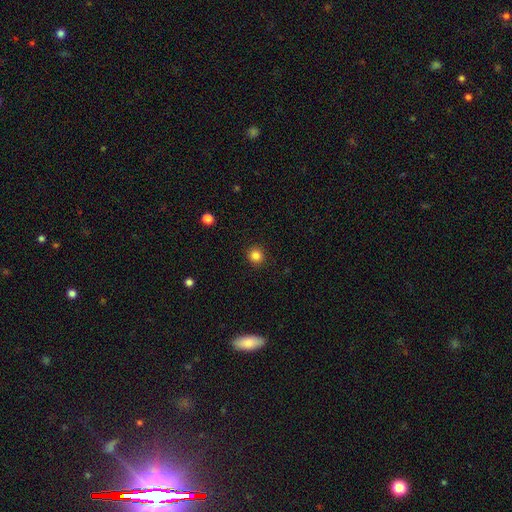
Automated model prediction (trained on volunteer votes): This appears to be a smooth galaxy with no disk features (84%) that is round (93%). Merging: none (92%).